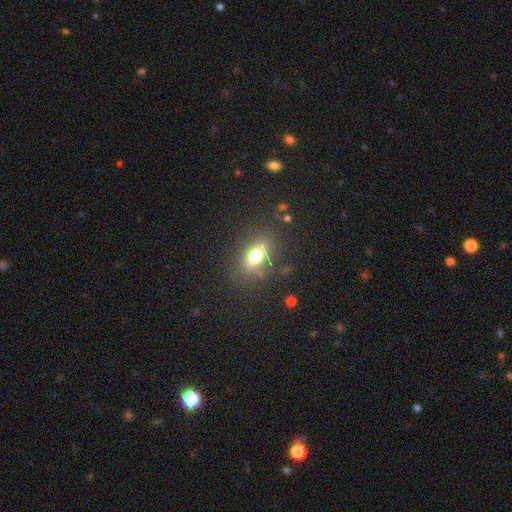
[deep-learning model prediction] A smooth galaxy with no disk features (69%) that is in between round and cigar-shaped (79%).

Vote fractions:
- Smooth or featured? smooth: 69% / featured or disk: 19% / star or artifact: 12%
- How rounded? in between: 79% / cigar-shaped: 11% / round: 11%
- Merging? none: 78% / minor disturbance: 14% / major disturbance: 6% / merger: 3%